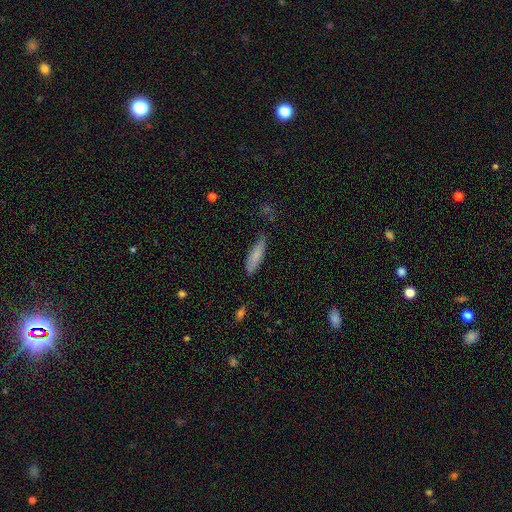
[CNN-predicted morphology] A smooth galaxy with no disk features (79%) that is cigar-shaped (63%). Merging: none (73%).